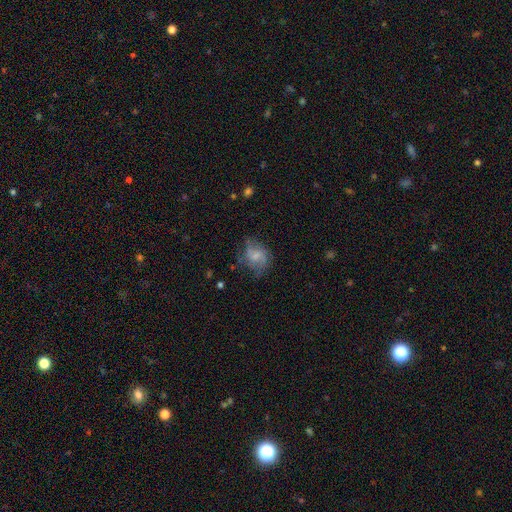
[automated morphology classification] Q: Smooth or featured?
A: smooth (47%); runner-up: featured or disk (44%)
Q: Merging?
A: none (54%); runner-up: minor disturbance (27%)